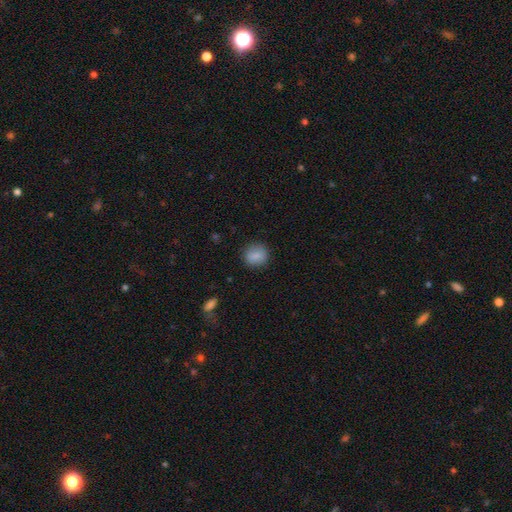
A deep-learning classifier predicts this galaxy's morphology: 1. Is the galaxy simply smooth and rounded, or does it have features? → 84% smooth, 8% star or artifact, 8% featured or disk.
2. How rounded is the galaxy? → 76% round, 23% in between, 1% cigar-shaped.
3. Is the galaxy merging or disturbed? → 86% none, 10% minor disturbance, 3% major disturbance, 1% merger.